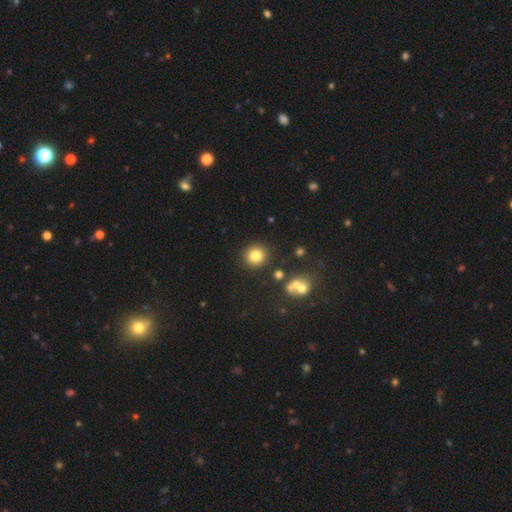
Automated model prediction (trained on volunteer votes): This is likely a smooth galaxy (80%). How rounded: clearly round (90%). Merging: clearly none (87%).